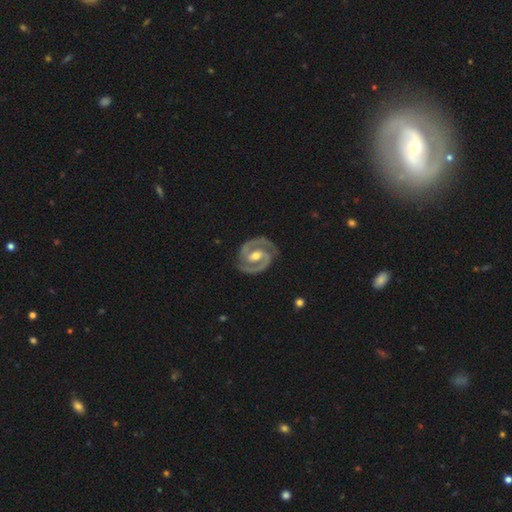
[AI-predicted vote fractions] smooth_or_featured: featured or disk (p=0.94) [alt: star or artifact p=0.03]
disk_edge_on: no (p=0.98) [alt: yes p=0.02]
bar: weak (p=0.41) [alt: strong p=0.40]
has_spiral_arms: yes (p=0.98) [alt: no p=0.02]
spiral_winding: tight (p=0.52) [alt: medium p=0.43]
spiral_arm_count: 2 (p=0.94) [alt: can't tell p=0.01]
bulge_size: moderate (p=0.71) [alt: small p=0.23]
merging: none (p=0.85) [alt: minor disturbance p=0.11]